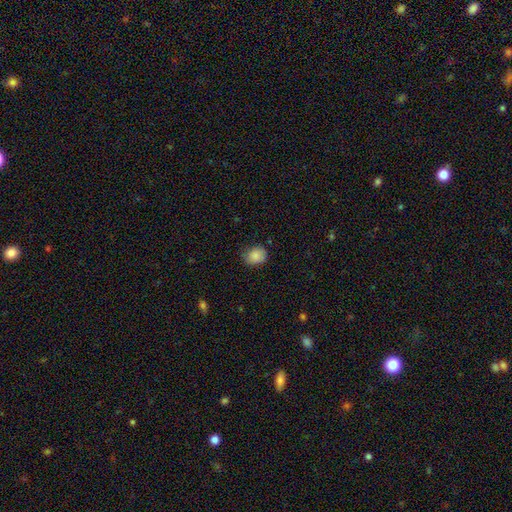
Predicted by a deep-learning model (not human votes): Q: Smooth or featured?
A: smooth (86%); runner-up: star or artifact (8%)
Q: How rounded?
A: round (60%); runner-up: in between (39%)
Q: Merging?
A: none (69%); runner-up: minor disturbance (25%)